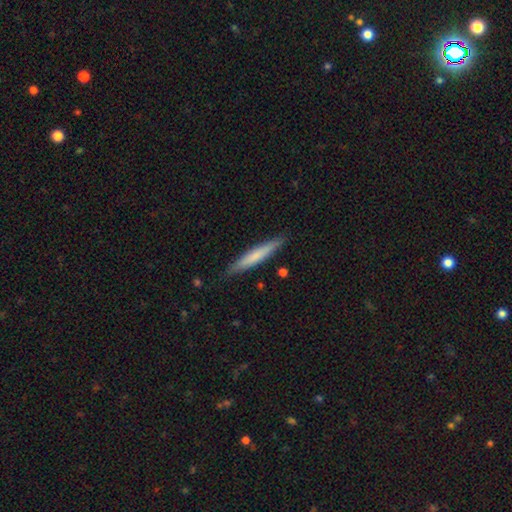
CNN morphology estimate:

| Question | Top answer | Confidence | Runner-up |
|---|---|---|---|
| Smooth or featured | smooth | 66% | featured or disk (29%) |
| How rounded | cigar-shaped | 94% | in between (4%) |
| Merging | none | 88% | minor disturbance (9%) |